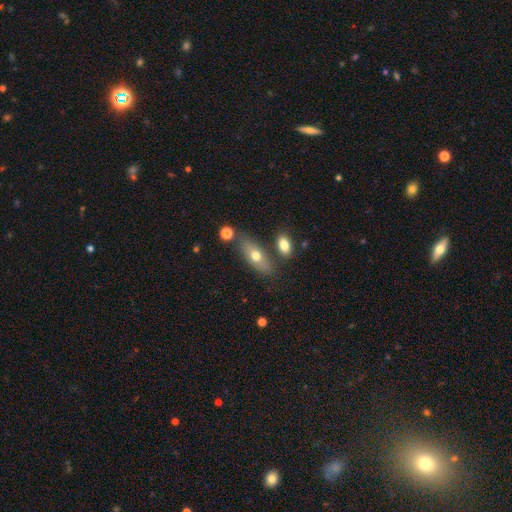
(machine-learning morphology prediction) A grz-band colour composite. It shows a smooth galaxy with no disk features (65%) that is in between round and cigar-shaped (73%). Merging: none (70%).